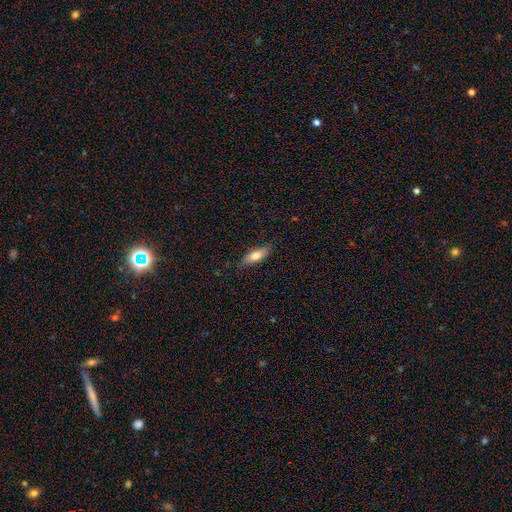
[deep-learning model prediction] Q: Smooth or featured?
A: smooth (74%); runner-up: featured or disk (19%)
Q: How rounded?
A: in between (61%); runner-up: cigar-shaped (37%)
Q: Merging?
A: none (82%); runner-up: minor disturbance (15%)